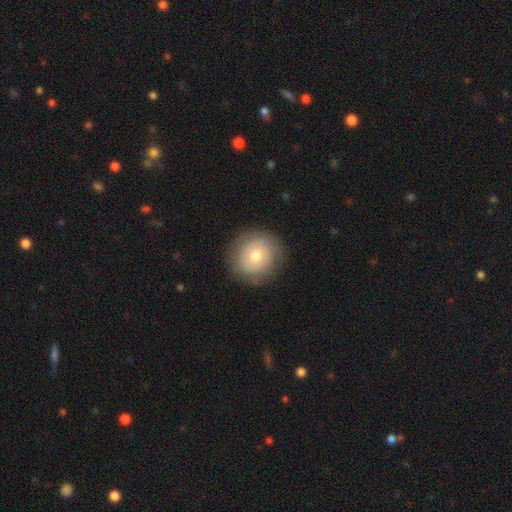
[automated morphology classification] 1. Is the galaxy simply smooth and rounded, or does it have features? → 64% smooth, 29% featured or disk, 7% star or artifact.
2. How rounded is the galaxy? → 88% round, 11% in between, 1% cigar-shaped.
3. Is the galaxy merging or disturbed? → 84% none, 11% minor disturbance, 4% major disturbance, 1% merger.